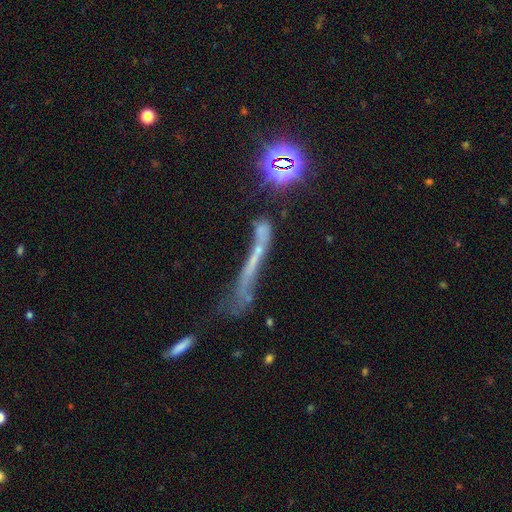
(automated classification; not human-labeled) Smooth or featured? featured or disk (40%)
Merging? none (33%)